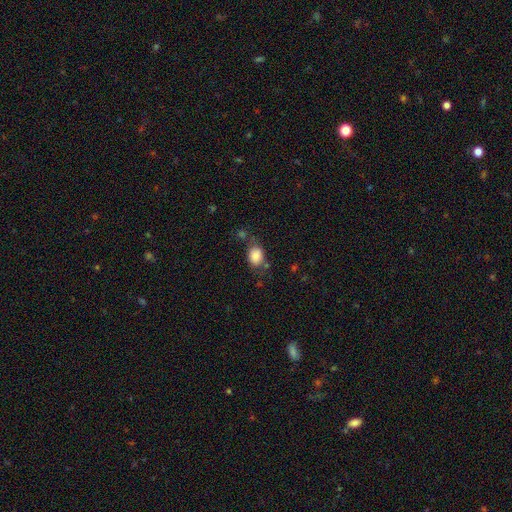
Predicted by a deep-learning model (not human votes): Overall: smooth (84%). How rounded: in between (64%; round 35%). Merging: none (62%).